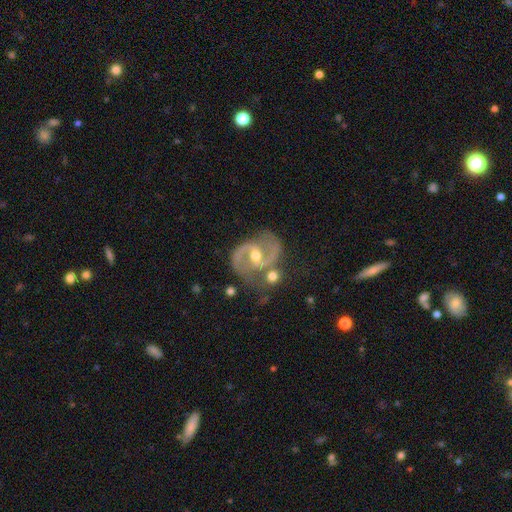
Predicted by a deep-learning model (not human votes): smooth-or-featured: featured or disk: 91% | star or artifact: 5% | smooth: 4%
  disk-edge-on: no: 98% | yes: 2%
    bar: weak: 45% | no: 29% | strong: 26%
    has-spiral-arms: yes: 98% | no: 2%
      spiral-winding: medium: 63% | tight: 18% | loose: 18%
      spiral-arm-count: 2: 93% | can't tell: 2% | 3: 2% | 1: 1% | 4: 1% | more than 4: 1%
    bulge-size: moderate: 62% | small: 34% | large: 2% | none: 1% | dominant: 1%
  merging: none: 70% | minor disturbance: 16% | merger: 8% | major disturbance: 6%